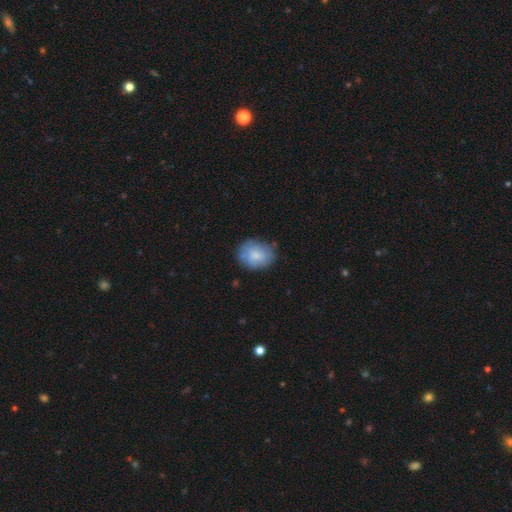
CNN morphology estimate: Overall: smooth (74%). How rounded: in between (51%; round 48%). Merging: none (71%).